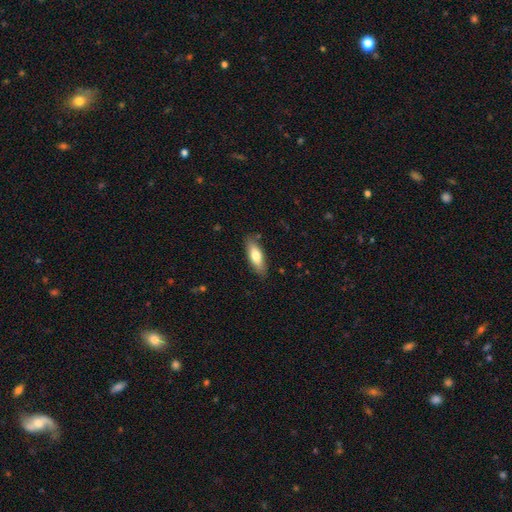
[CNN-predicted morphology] smooth-or-featured: smooth: 72% | featured or disk: 22% | star or artifact: 6%
  how-rounded: in between: 60% | cigar-shaped: 38% | round: 2%
  merging: none: 84% | minor disturbance: 12% | major disturbance: 2% | merger: 1%